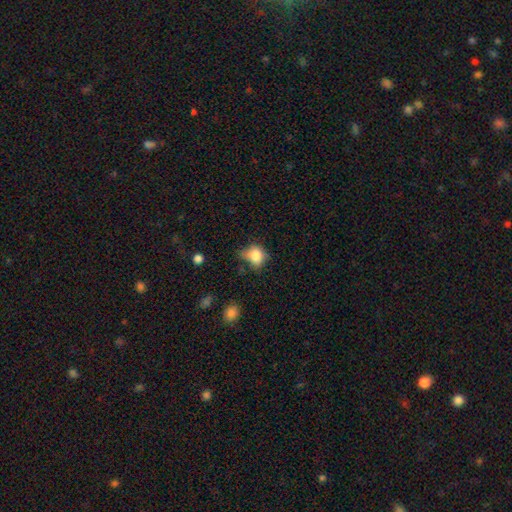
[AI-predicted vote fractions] Morphology: type=smooth (81%); roundness=round (63%); merging=none (45%).